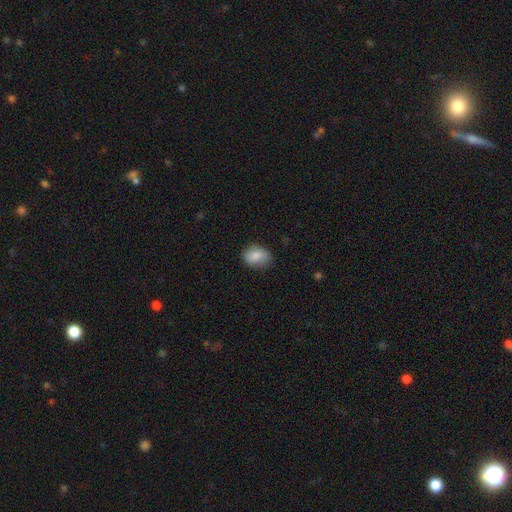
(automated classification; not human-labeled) Morphology: type=smooth (83%); roundness=in between (67%); merging=none (72%).